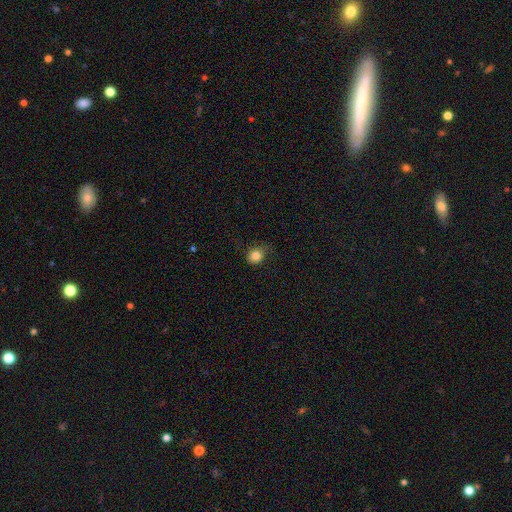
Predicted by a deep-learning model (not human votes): A smooth galaxy with no disk features (84%) that is round (71%). Merging: none (67%).